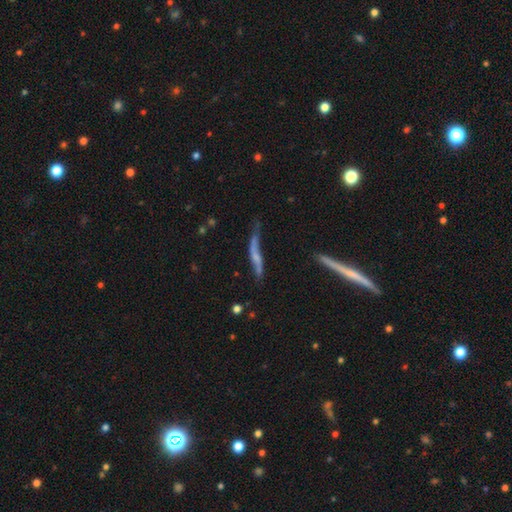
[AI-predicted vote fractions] A featured or disk galaxy (59%) viewed edge-on (55%).

Vote fractions:
- Smooth or featured? featured or disk: 59% / smooth: 32% / star or artifact: 9%
- Edge-on disk? yes: 55% / no: 45%
- Merging? none: 42% / minor disturbance: 28% / major disturbance: 21% / merger: 9%